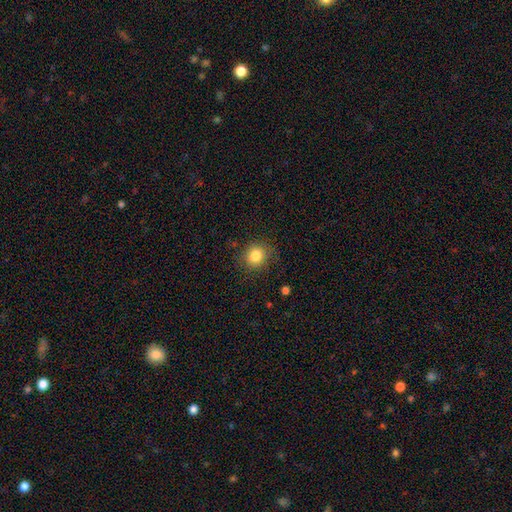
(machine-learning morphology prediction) smooth_or_featured: smooth (p=0.83) [alt: star or artifact p=0.11]
how_rounded: round (p=0.82) [alt: in between p=0.17]
merging: none (p=0.84) [alt: minor disturbance p=0.11]